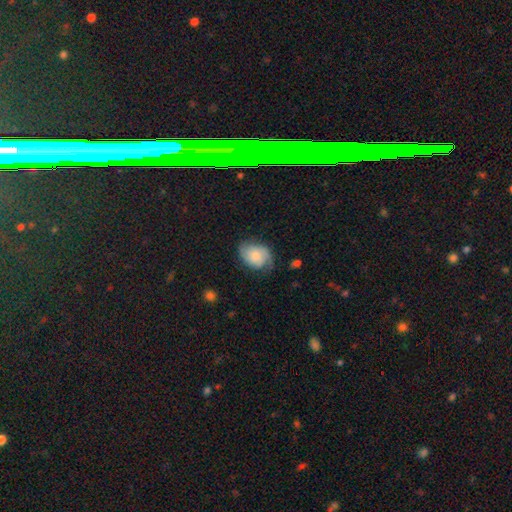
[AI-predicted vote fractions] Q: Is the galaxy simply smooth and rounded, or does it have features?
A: smooth — 54%.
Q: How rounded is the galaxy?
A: in between — 75%.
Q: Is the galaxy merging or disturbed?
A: none — 58%.